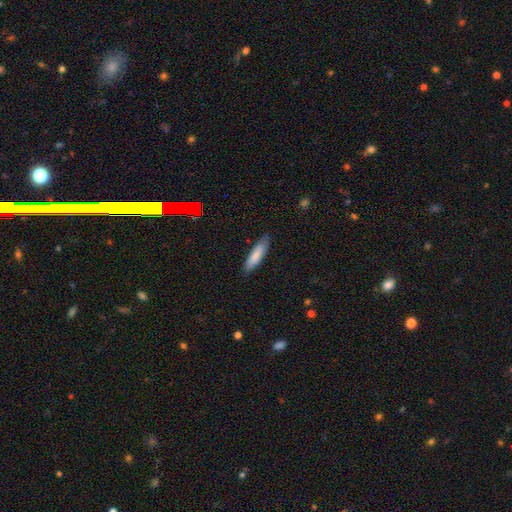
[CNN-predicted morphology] A smooth galaxy with no disk features (80%) that is cigar-shaped (69%). Merging: none (83%).